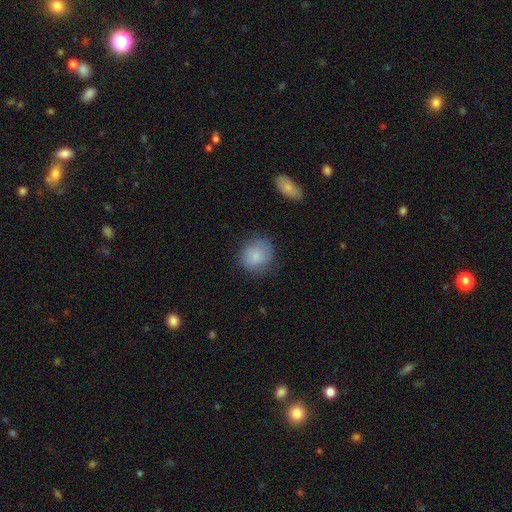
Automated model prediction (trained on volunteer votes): Overall: smooth (83%). How rounded: round (82%). Merging: none (74%).